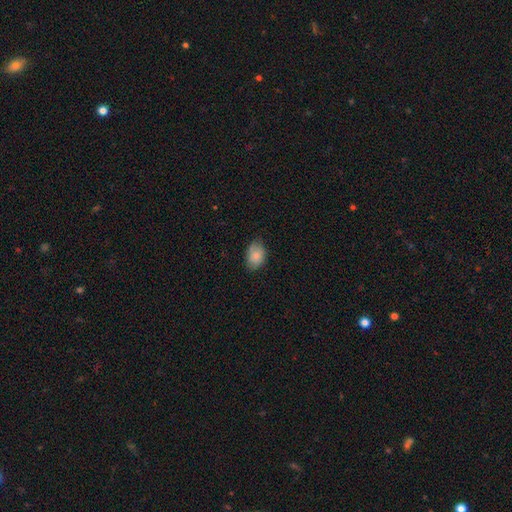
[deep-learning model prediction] This is likely a smooth galaxy (80%). How rounded: clearly in between (81%). Merging: likely none (71%).